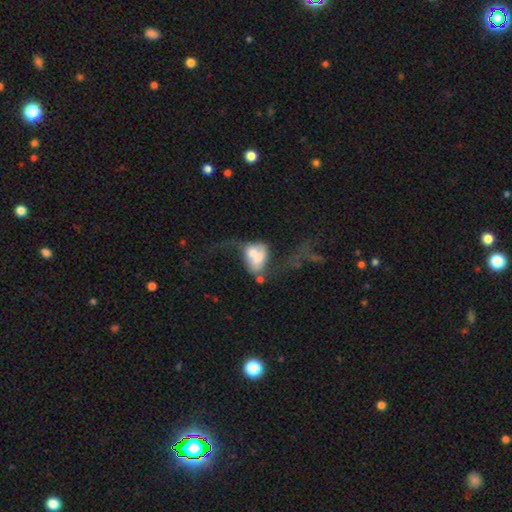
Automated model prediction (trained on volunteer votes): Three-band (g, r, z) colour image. It shows a featured or disk galaxy (50%). Merging: merger (56%).